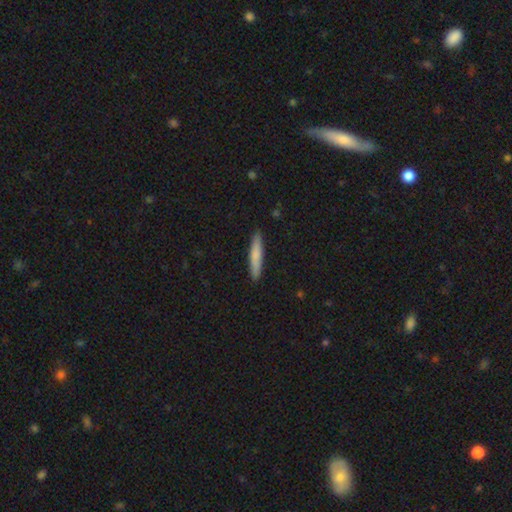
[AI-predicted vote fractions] smooth-or-featured: smooth: 75% | featured or disk: 20% | star or artifact: 5%
  how-rounded: cigar-shaped: 91% | in between: 7% | round: 1%
  merging: none: 90% | minor disturbance: 7% | major disturbance: 2% | merger: 1%